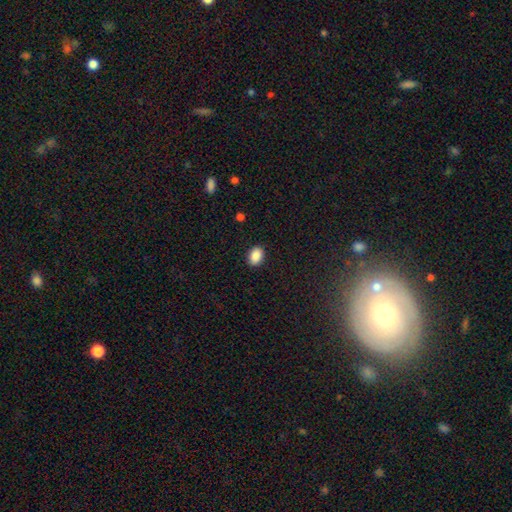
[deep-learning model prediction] smooth 89%, star or artifact 8%, featured or disk 4%. Down the decision tree: how rounded — in between (80%); merging — none (89%).